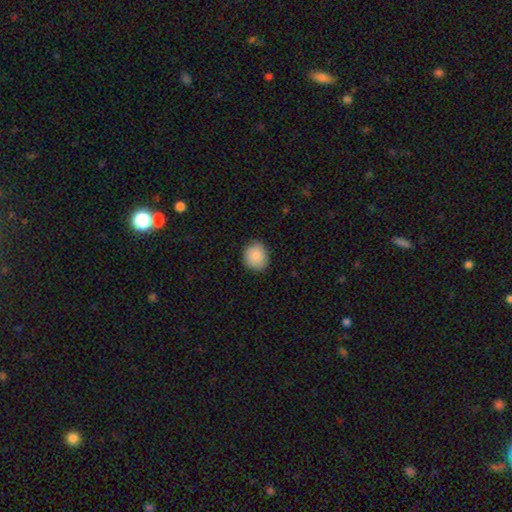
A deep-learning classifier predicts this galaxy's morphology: type=smooth (89%); roundness=round (77%); merging=none (86%).